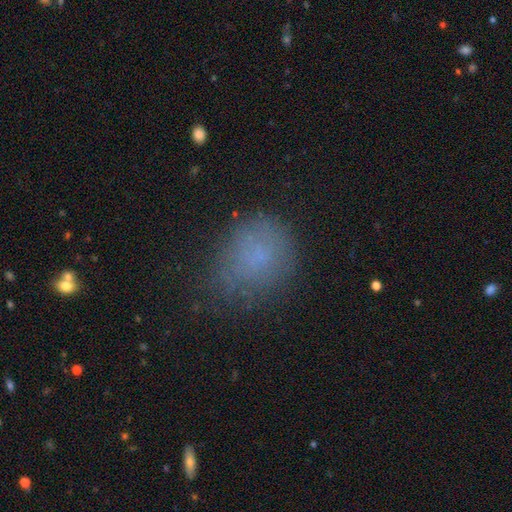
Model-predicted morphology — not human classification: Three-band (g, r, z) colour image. It shows a smooth galaxy with no disk features (70%) that is round (59%). Merging: none (60%).